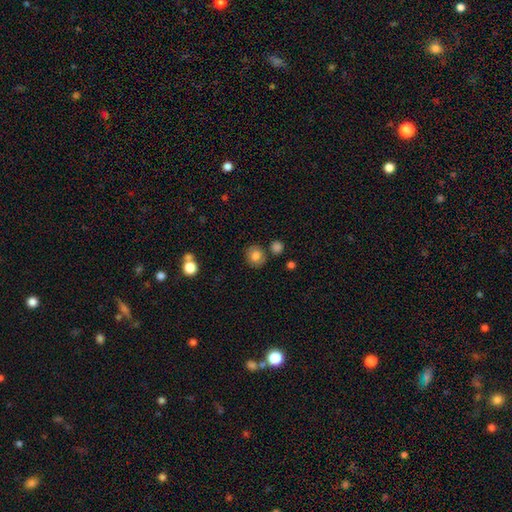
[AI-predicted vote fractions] Morphology: type=smooth (81%); roundness=round (78%); merging=none (79%).